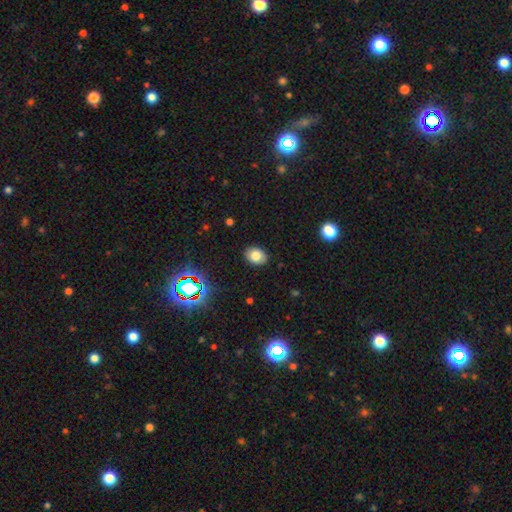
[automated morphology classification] Smooth or featured? Predicted: smooth (p=0.78). How rounded? Predicted: in between (p=0.66). Merging? Predicted: none (p=0.88).